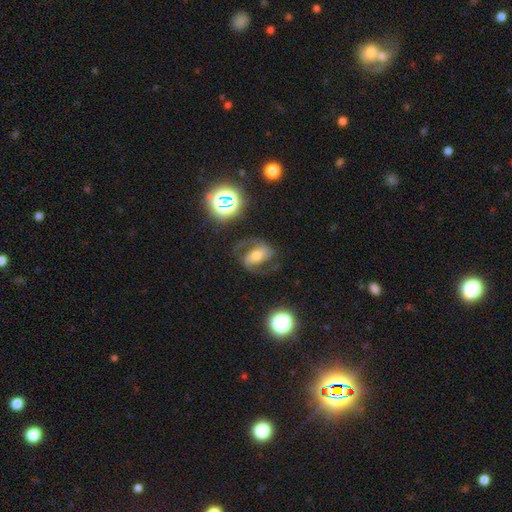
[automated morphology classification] Overall: featured or disk (74%). Edge-on disk: no (97%). Bar: strong (35%; weak 34%). Spiral arms: yes (92%). Spiral arm count: 2 (90%). Spiral winding: medium (53%; loose 28%). Bulge size: moderate (56%; small 30%). Merging: none (70%).